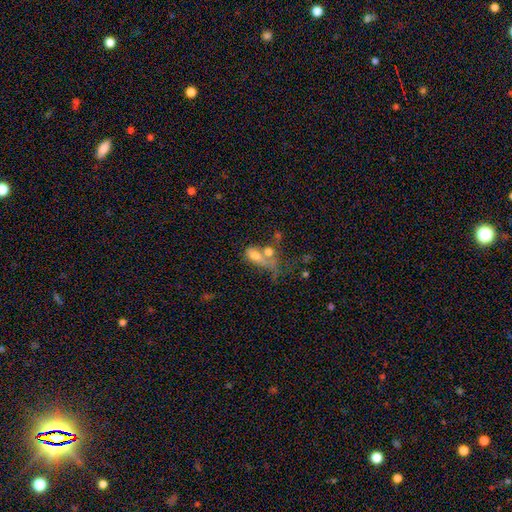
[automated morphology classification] type=smooth (57%); roundness=in between (75%); merging=merger (50%).